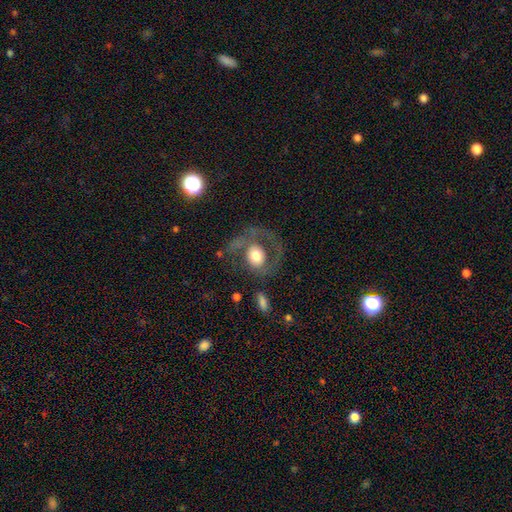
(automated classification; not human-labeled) featured or disk 52%, smooth 41%, star or artifact 7%. Down the decision tree: edge-on disk — no (96%); bar — no (78%); spiral arms — yes (52%); bulge size — moderate (47%); merging — none (48%).